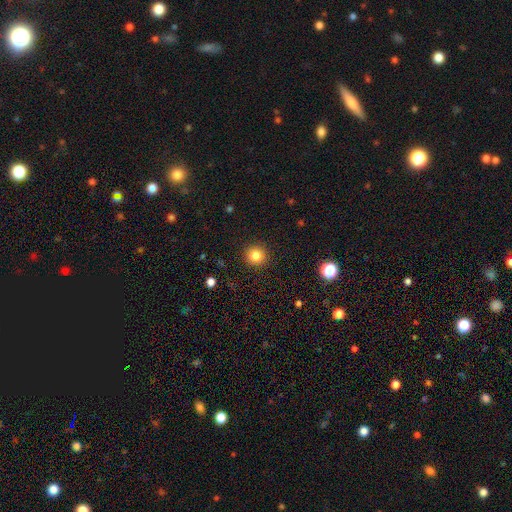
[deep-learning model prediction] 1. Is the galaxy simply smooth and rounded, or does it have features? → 83% smooth, 11% star or artifact, 5% featured or disk.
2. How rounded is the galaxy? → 94% round, 5% in between, 1% cigar-shaped.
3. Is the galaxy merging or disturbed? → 92% none, 5% minor disturbance, 2% major disturbance, 1% merger.